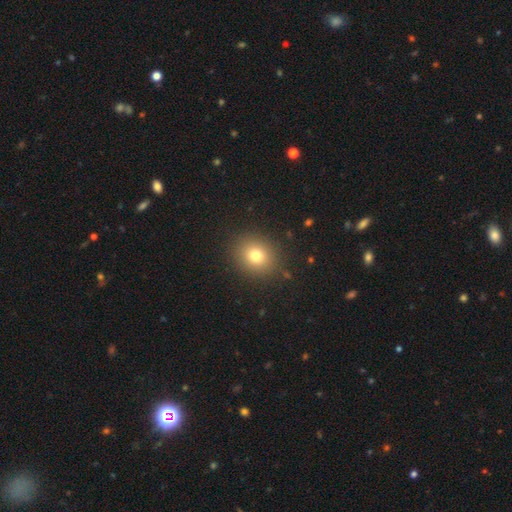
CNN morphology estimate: Q: Smooth or featured?
A: smooth (77%); runner-up: star or artifact (14%)
Q: How rounded?
A: round (76%); runner-up: in between (23%)
Q: Merging?
A: none (89%); runner-up: minor disturbance (7%)